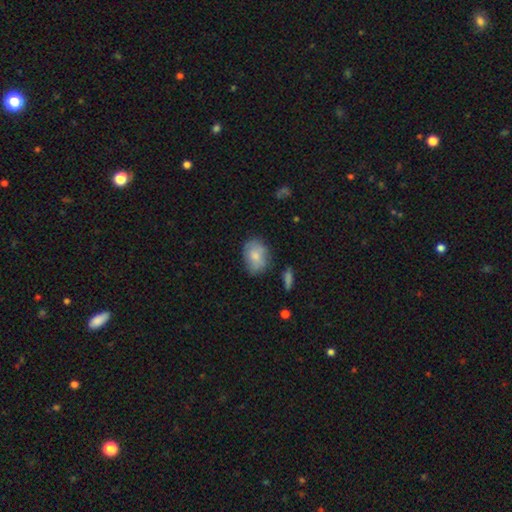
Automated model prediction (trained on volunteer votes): A smooth galaxy with no disk features (77%) that is in between round and cigar-shaped (69%).

Vote fractions:
- Smooth or featured? smooth: 77% / featured or disk: 17% / star or artifact: 7%
- How rounded? in between: 69% / round: 30% / cigar-shaped: 1%
- Merging? none: 65% / minor disturbance: 25% / major disturbance: 6% / merger: 4%